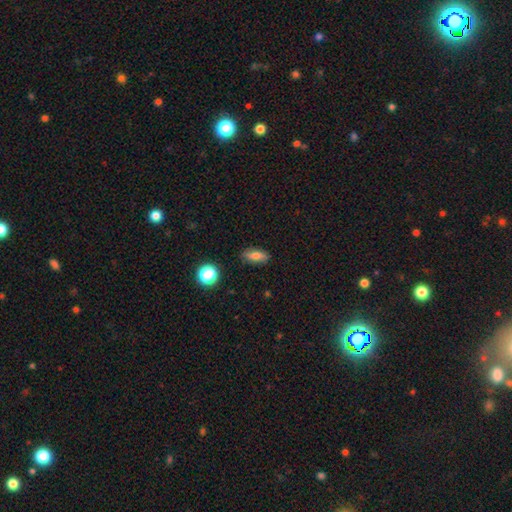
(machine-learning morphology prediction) This is likely a smooth galaxy (72%). How rounded: likely in between (71%). Merging: clearly none (84%).